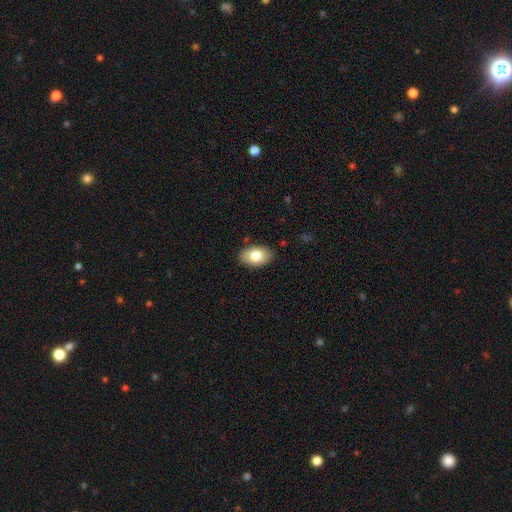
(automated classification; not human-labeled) smooth 79%, featured or disk 13%, star or artifact 7%. Down the decision tree: how rounded — in between (89%); merging — none (86%).